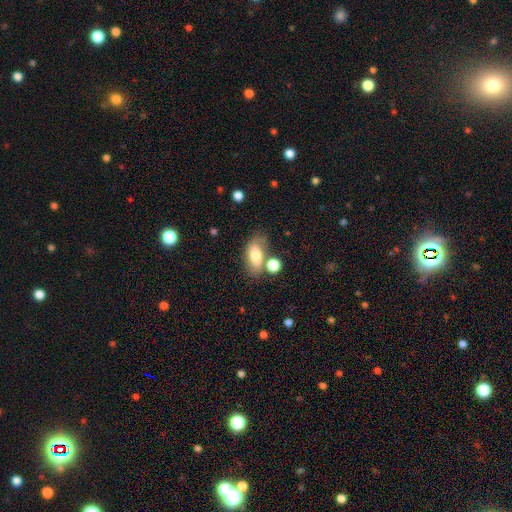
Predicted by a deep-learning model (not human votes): Overall: smooth (69%). How rounded: in between (86%). Merging: none (57%; merger 18%).